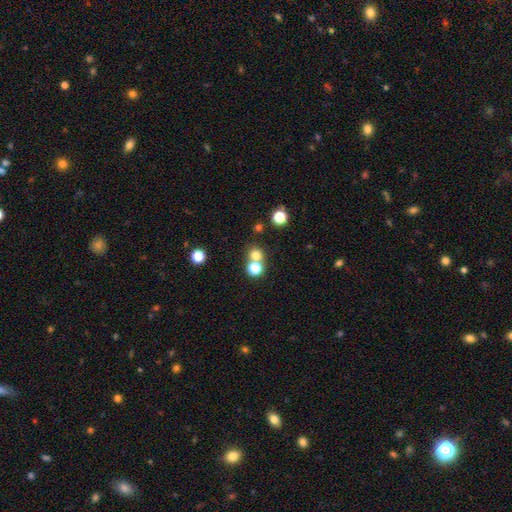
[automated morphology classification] This is likely a smooth galaxy (73%). How rounded: clearly round (87%). Merging: possibly none (58%).